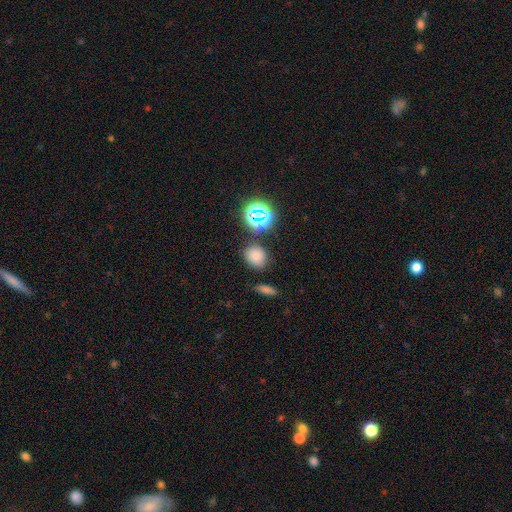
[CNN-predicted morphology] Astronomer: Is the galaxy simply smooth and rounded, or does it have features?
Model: smooth — 74%.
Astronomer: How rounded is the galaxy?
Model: round — 66%.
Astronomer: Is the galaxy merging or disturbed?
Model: none — 80%.